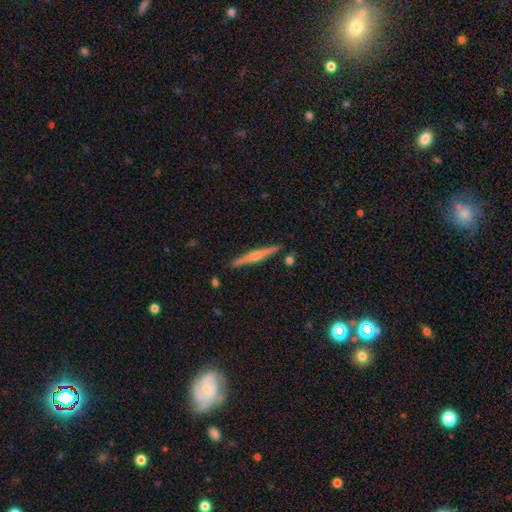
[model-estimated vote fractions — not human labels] Overall: featured or disk (72%). Edge-on disk: yes (98%). Edge-on bulge: rounded (84%). Merging: none (90%).